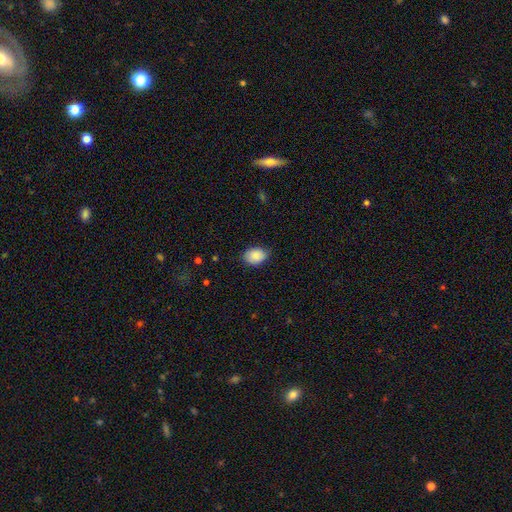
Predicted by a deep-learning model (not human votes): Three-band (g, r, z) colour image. It shows a smooth galaxy with no disk features (87%) that is in between round and cigar-shaped (76%). Merging: none (75%).